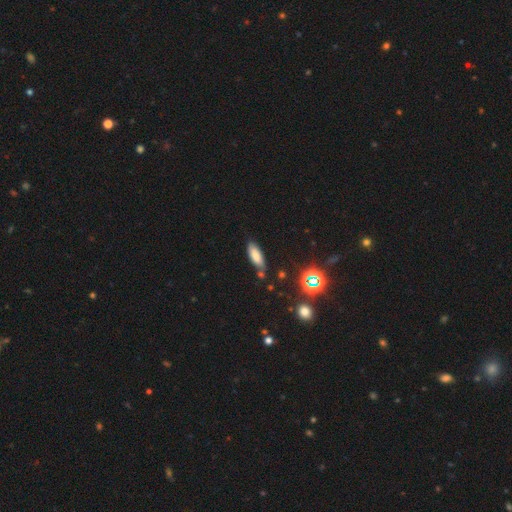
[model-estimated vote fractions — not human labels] smooth-or-featured: smooth: 73% | featured or disk: 15% | star or artifact: 12%
  how-rounded: in between: 69% | cigar-shaped: 28% | round: 3%
  merging: none: 71% | minor disturbance: 19% | merger: 6% | major disturbance: 4%